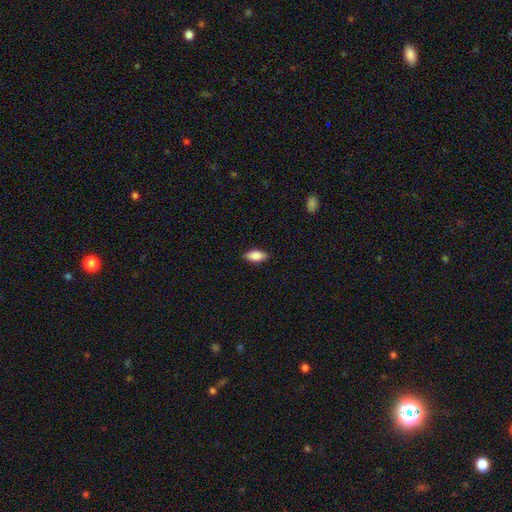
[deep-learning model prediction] A smooth galaxy with no disk features (87%) that is in between round and cigar-shaped (90%).

Vote fractions:
- Smooth or featured? smooth: 87% / star or artifact: 7% / featured or disk: 6%
- How rounded? in between: 90% / cigar-shaped: 7% / round: 3%
- Merging? none: 89% / minor disturbance: 9% / major disturbance: 2% / merger: 1%